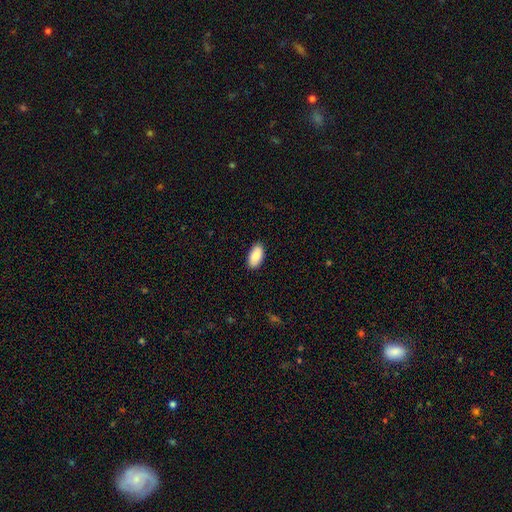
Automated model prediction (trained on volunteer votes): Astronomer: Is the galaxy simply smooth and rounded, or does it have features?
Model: smooth — 89%.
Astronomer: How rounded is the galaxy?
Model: in between — 95%.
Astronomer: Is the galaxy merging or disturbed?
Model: none — 89%.